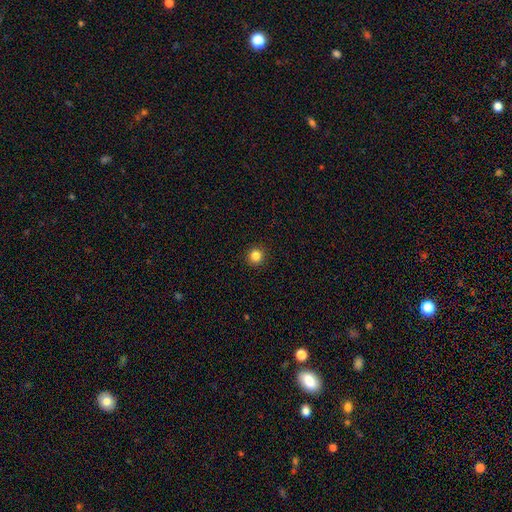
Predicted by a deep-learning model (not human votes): Overall: smooth (84%). How rounded: round (93%). Merging: none (92%).